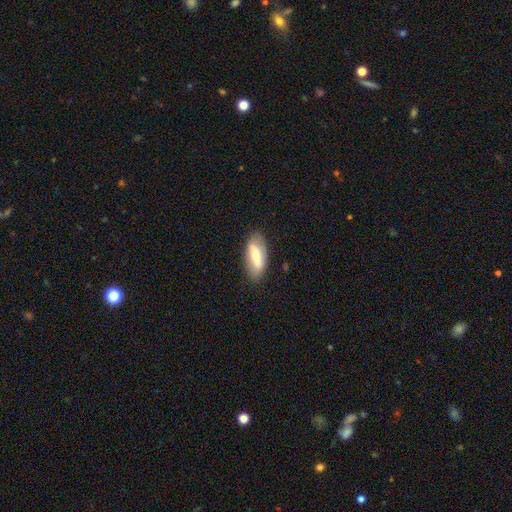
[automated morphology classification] Overall: smooth (56%; featured or disk 38%). How rounded: in between (78%). Merging: none (82%).